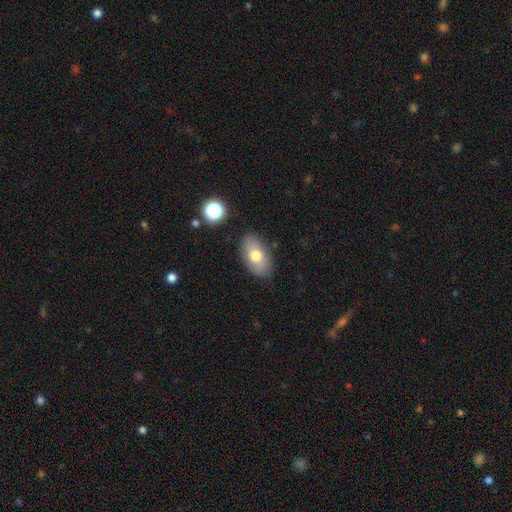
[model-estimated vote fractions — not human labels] This appears to be a smooth galaxy with no disk features (72%) that is in between round and cigar-shaped (91%). Merging: none (82%).